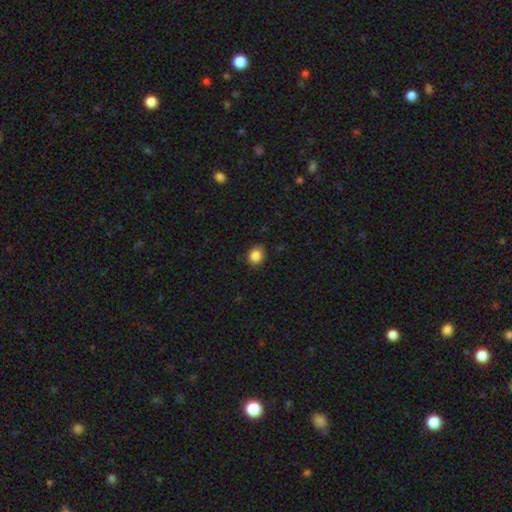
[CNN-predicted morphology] smooth_or_featured: smooth (p=0.86) [alt: star or artifact p=0.10]
how_rounded: round (p=0.75) [alt: in between p=0.24]
merging: none (p=0.84) [alt: minor disturbance p=0.13]